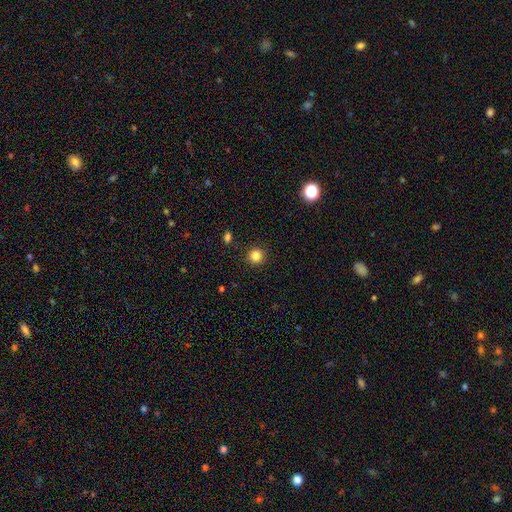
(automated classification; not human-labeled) Overall: smooth (83%). How rounded: round (93%). Merging: none (90%).